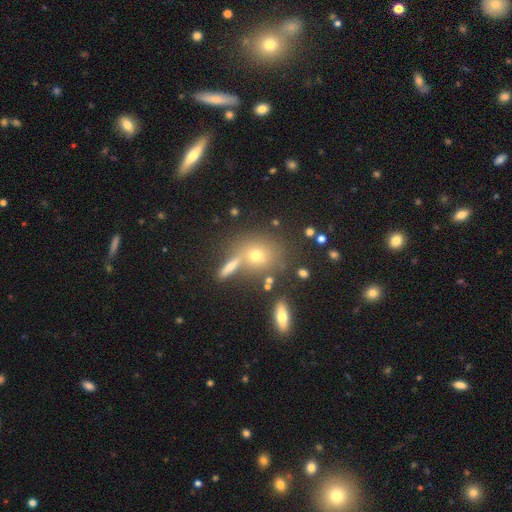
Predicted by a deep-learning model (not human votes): A smooth galaxy with no disk features (63%) that is round (72%). Merging: none (62%).